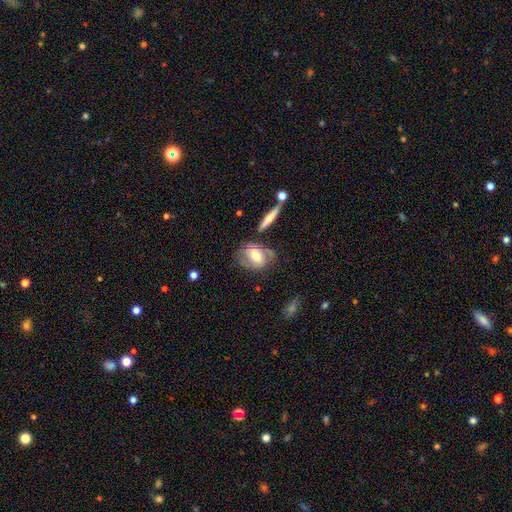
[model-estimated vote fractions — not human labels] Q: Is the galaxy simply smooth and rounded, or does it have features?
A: featured or disk — 51%.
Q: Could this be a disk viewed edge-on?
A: no — 89%.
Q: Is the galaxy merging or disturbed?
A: none — 59%.